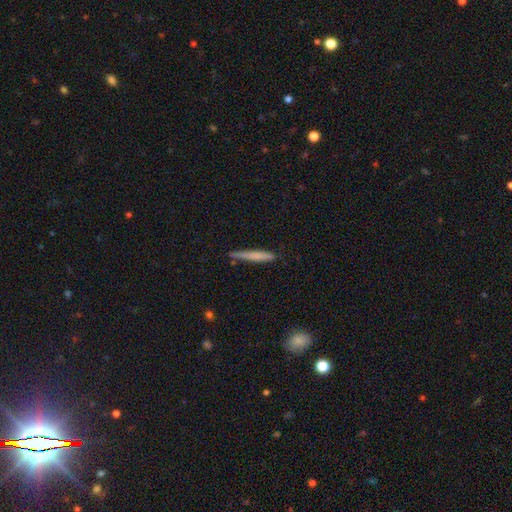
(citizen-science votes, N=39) smooth_or_featured: smooth (p=0.64) [alt: featured or disk p=0.31]
how_rounded: cigar-shaped (p=0.92) [alt: round p=0.04]
merging: none (p=0.76) [alt: minor disturbance p=0.22]